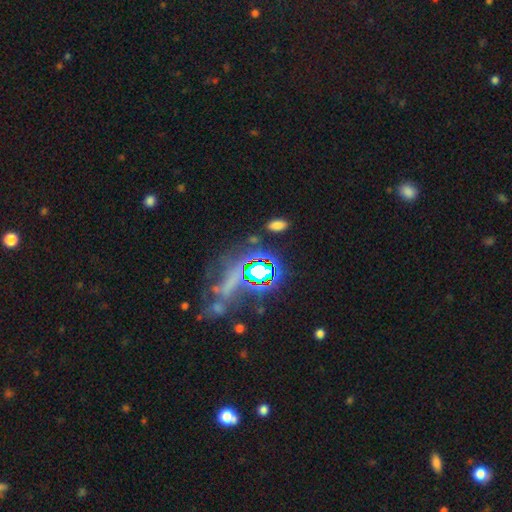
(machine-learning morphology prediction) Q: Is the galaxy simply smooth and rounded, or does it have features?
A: star or artifact — 71%.